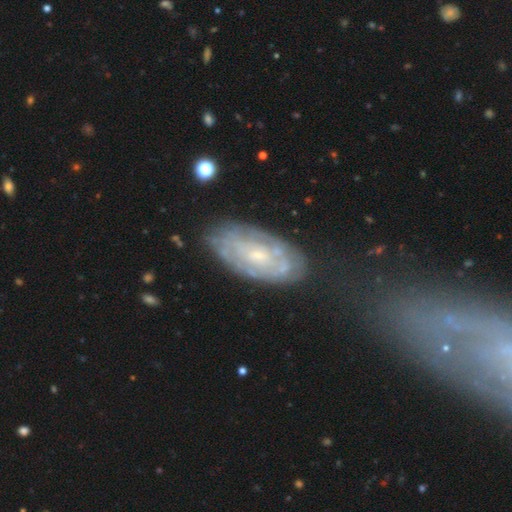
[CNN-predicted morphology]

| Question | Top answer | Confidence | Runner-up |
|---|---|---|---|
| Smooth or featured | featured or disk | 73% | smooth (19%) |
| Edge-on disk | no | 92% | yes (8%) |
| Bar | no | 63% | weak (30%) |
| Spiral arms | yes | 78% | no (22%) |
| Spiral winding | tight | 71% | medium (22%) |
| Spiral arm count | can't tell | 61% | 2 (17%) |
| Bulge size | small | 61% | moderate (32%) |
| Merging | none | 73% | minor disturbance (17%) |